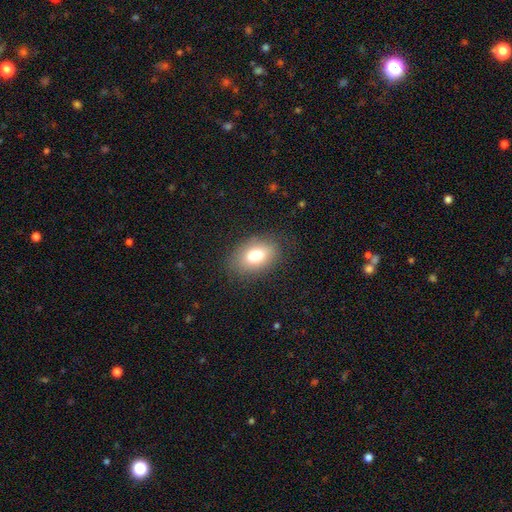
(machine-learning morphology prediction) A smooth galaxy with no disk features (78%) that is in between round and cigar-shaped (86%).

Vote fractions:
- Smooth or featured? smooth: 78% / featured or disk: 13% / star or artifact: 9%
- How rounded? in between: 86% / round: 12% / cigar-shaped: 1%
- Merging? none: 80% / minor disturbance: 14% / major disturbance: 5% / merger: 1%